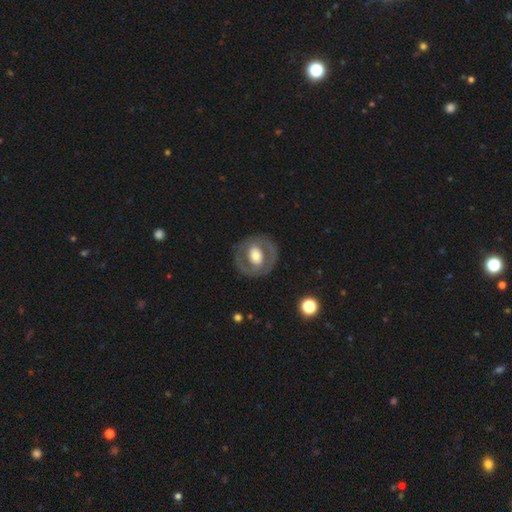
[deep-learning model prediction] Morphology: type=featured or disk (62%); edge-on=no (96%); bar=no (54%); spiral arms=no (62%); bulge=moderate (57%); merging=none (81%).